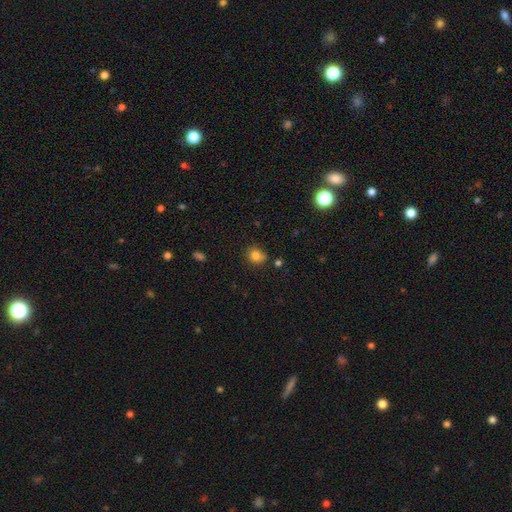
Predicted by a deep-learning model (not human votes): smooth-or-featured: smooth: 81% | star or artifact: 12% | featured or disk: 7%
  how-rounded: round: 71% | in between: 28% | cigar-shaped: 1%
  merging: none: 68% | minor disturbance: 22% | merger: 5% | major disturbance: 5%